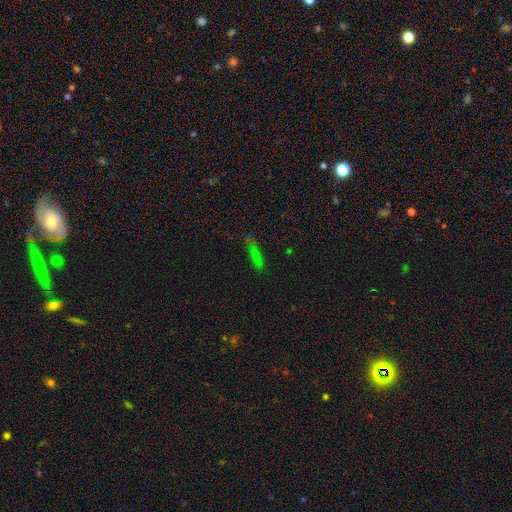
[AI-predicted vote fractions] smooth 60%, star or artifact 23%, featured or disk 17%. Down the decision tree: how rounded — cigar-shaped (84%); merging — none (75%).